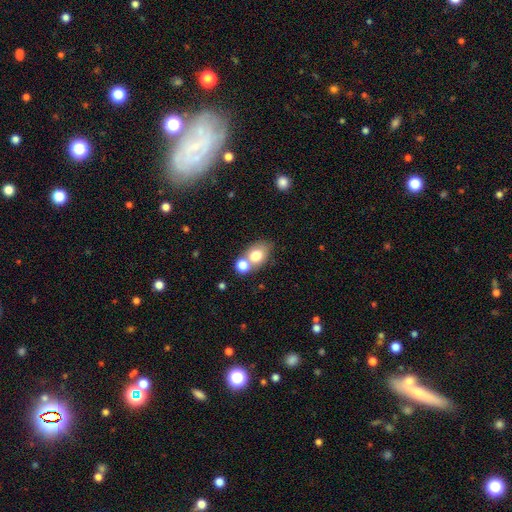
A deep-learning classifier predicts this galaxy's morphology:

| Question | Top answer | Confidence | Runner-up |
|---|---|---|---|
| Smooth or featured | smooth | 74% | featured or disk (16%) |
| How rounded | in between | 66% | round (33%) |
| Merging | none | 44% | merger (40%) |